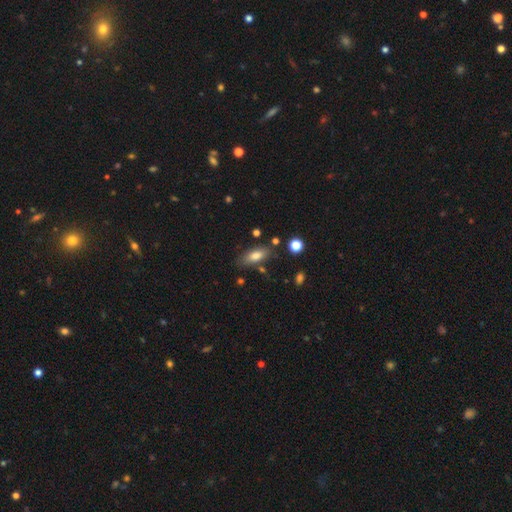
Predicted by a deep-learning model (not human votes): This is likely a smooth galaxy (79%). How rounded: likely in between (80%). Merging: likely none (77%).